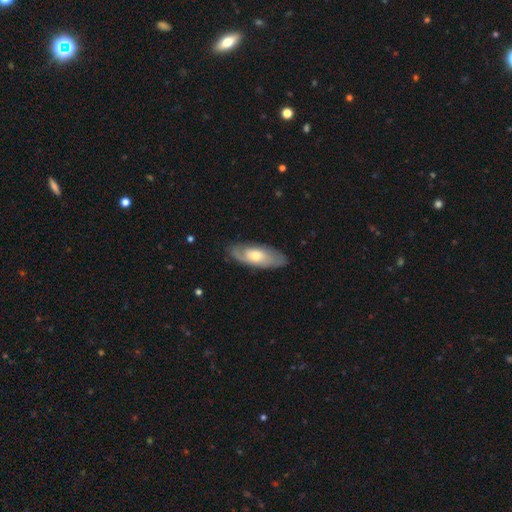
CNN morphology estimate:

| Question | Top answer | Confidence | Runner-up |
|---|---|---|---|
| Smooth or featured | featured or disk | 51% | smooth (43%) |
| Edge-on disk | no | 80% | yes (20%) |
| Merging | none | 79% | minor disturbance (16%) |